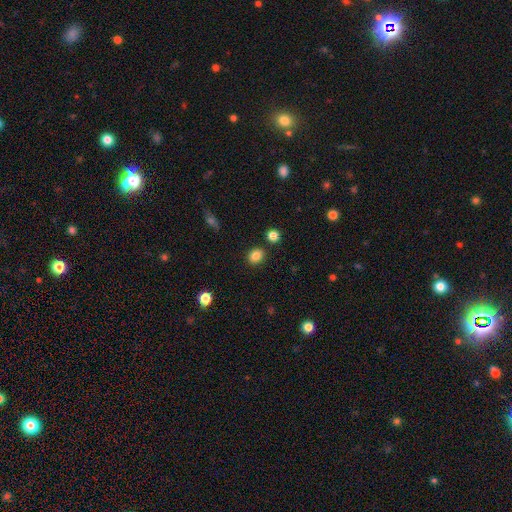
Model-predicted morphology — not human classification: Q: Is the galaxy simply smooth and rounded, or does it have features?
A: smooth — 84%.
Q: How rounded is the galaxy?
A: round — 58%.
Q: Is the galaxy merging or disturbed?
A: none — 85%.